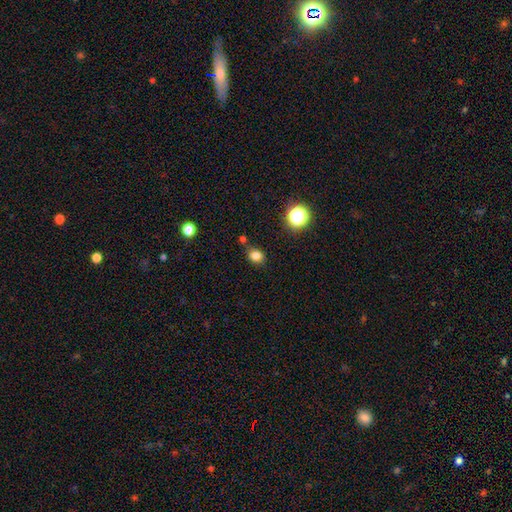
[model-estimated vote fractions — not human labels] A smooth galaxy with no disk features (80%) that is round (55%). Merging: none (76%).